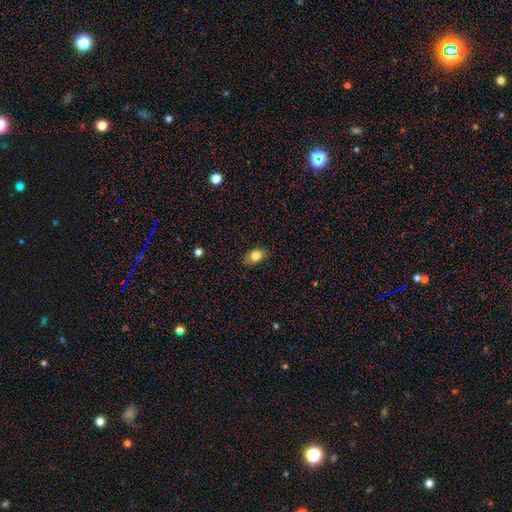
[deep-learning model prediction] Overall: smooth (82%). How rounded: in between (78%). Merging: none (79%).